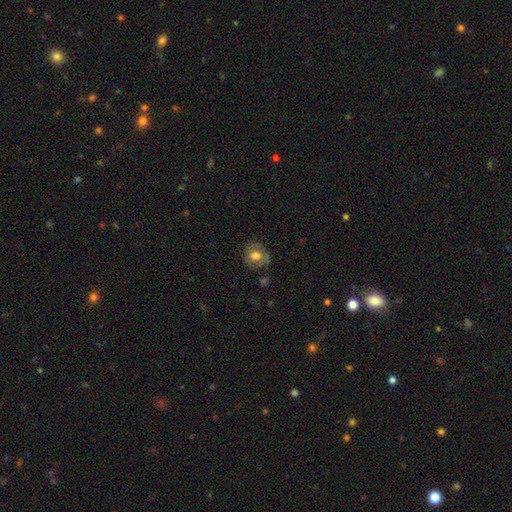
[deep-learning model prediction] The model was most divided on "smooth or featured": smooth: 59%, featured or disk: 32%, star or artifact: 9%. More confident: how rounded — round (75%); merging — none (72%).